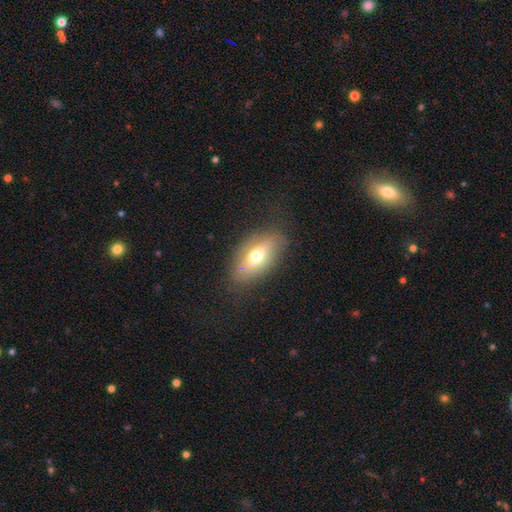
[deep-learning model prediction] Morphology: type=smooth (63%); roundness=in between (86%); merging=none (76%).